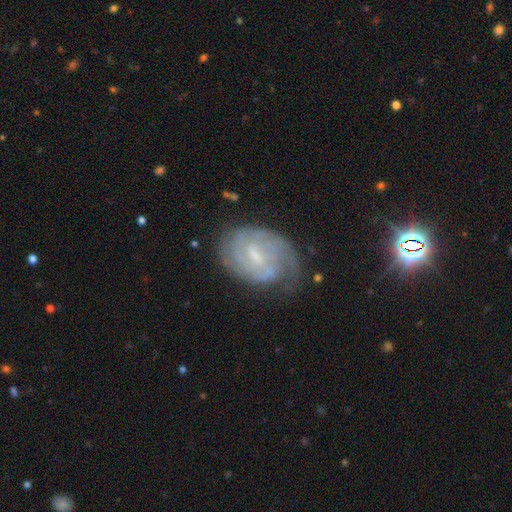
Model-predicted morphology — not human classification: type=featured or disk (79%); edge-on=no (97%); bar=weak (61%); spiral arms=yes (93%); winding=tight (61%); arm count=can't tell (39%); bulge=small (54%); merging=none (61%).